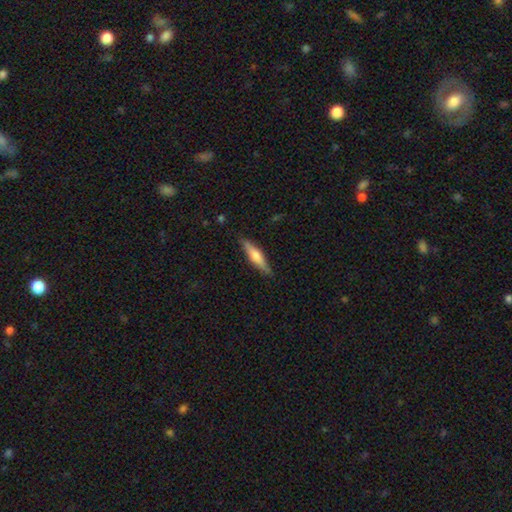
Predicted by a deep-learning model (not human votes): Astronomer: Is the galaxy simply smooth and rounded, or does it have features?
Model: smooth — 51% (runner-up: featured or disk, 43%).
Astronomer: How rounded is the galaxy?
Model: cigar-shaped — 79%.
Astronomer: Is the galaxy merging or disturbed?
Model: none — 86%.